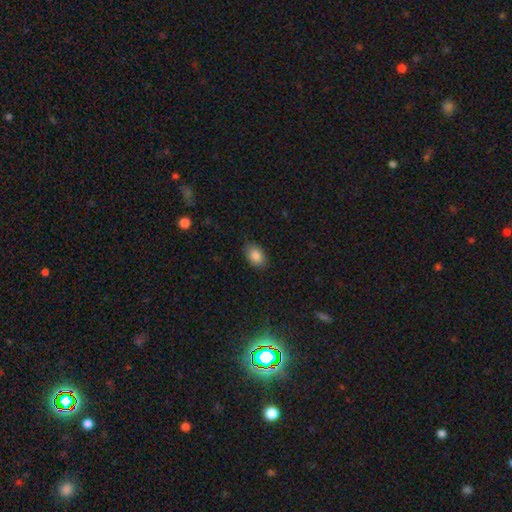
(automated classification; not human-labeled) Overall: smooth (86%). How rounded: in between (86%). Merging: none (81%).